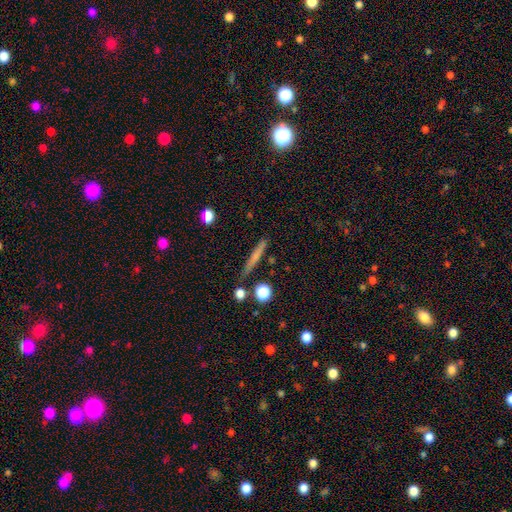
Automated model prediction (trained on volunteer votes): Smooth or featured?
  - smooth: 59% *
  - featured or disk: 32%
  - star or artifact: 9%
How rounded?
  - cigar-shaped: 92% *
  - in between: 4%
  - round: 4%
Merging?
  - none: 82% *
  - minor disturbance: 11%
  - merger: 4%
  - major disturbance: 3%